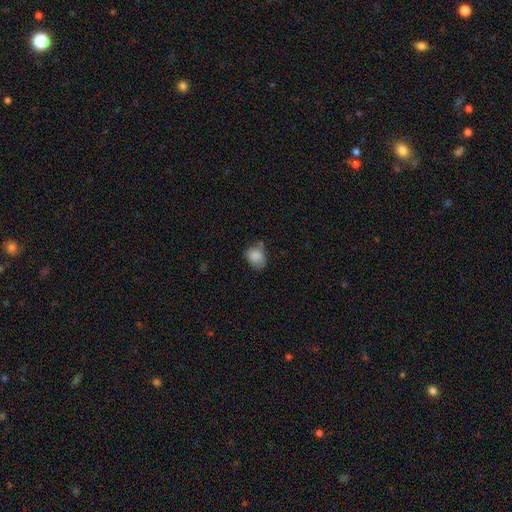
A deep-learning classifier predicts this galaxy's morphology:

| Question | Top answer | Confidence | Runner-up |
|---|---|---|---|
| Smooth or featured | smooth | 80% | featured or disk (10%) |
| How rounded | in between | 59% | round (40%) |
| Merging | none | 41% | minor disturbance (38%) |